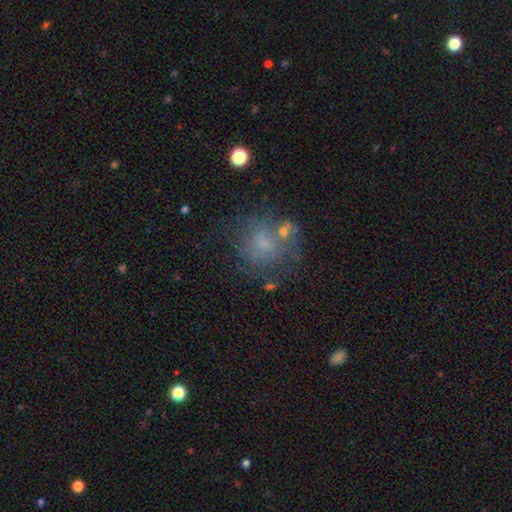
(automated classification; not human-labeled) The model was most divided on "smooth or featured": smooth: 49%, featured or disk: 31%, star or artifact: 19%. More confident: merging — none (59%).